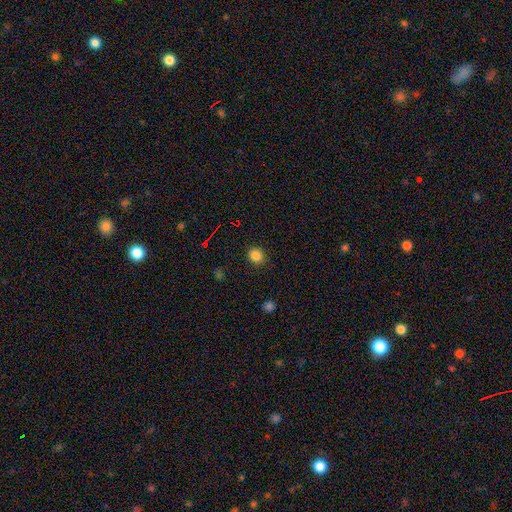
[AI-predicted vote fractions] Overall: smooth (82%). How rounded: round (79%). Merging: none (88%).